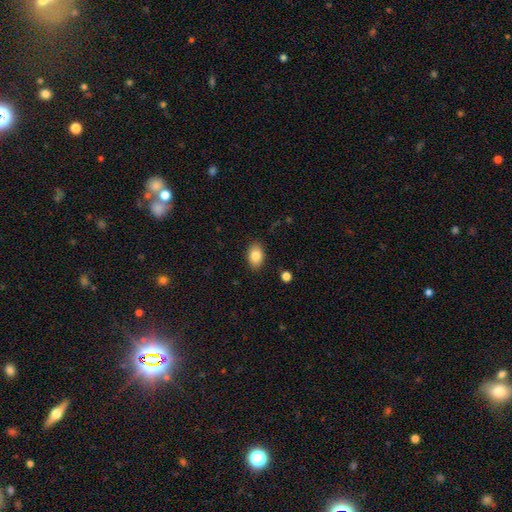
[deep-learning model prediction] This is clearly a smooth galaxy (84%). How rounded: clearly in between (87%). Merging: clearly none (88%).